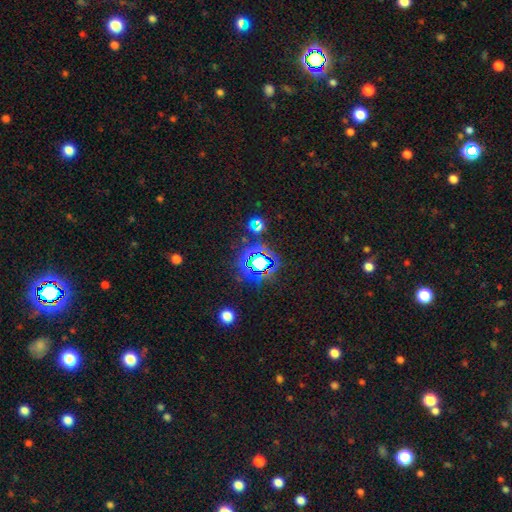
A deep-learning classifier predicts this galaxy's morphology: star or artifact 79%, smooth 14%, featured or disk 7%.